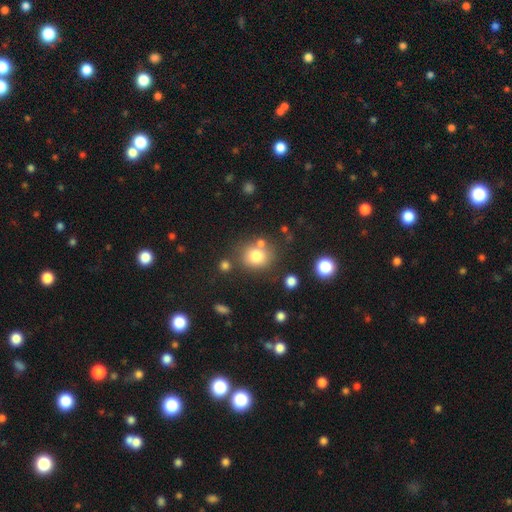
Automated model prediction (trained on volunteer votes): Overall: smooth (78%). How rounded: round (73%). Merging: none (69%).